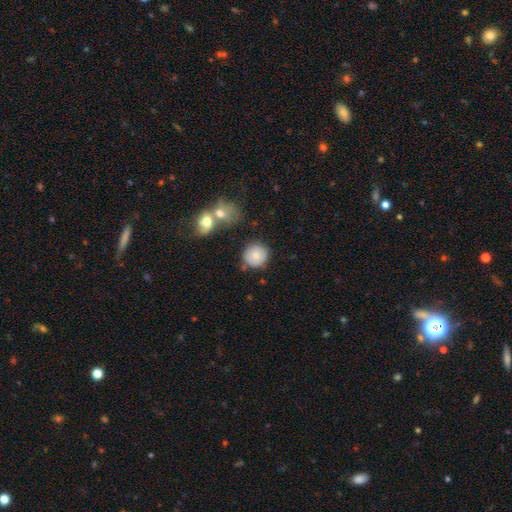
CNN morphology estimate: A smooth galaxy with no disk features (82%) that is round (91%).

Vote fractions:
- Smooth or featured? smooth: 82% / featured or disk: 10% / star or artifact: 8%
- How rounded? round: 91% / in between: 8% / cigar-shaped: 1%
- Merging? none: 75% / minor disturbance: 13% / merger: 9% / major disturbance: 4%